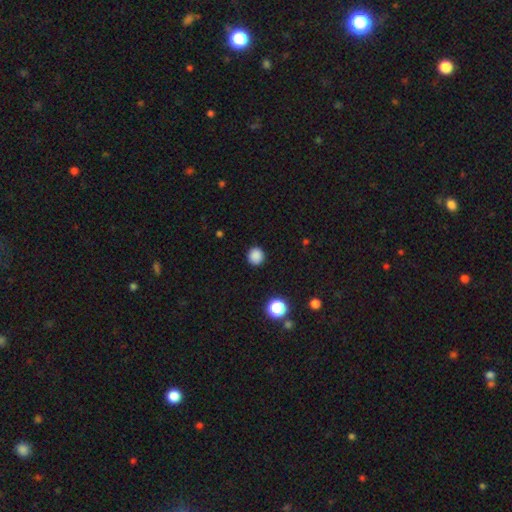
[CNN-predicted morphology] Overall: smooth (86%). How rounded: round (92%). Merging: none (91%).